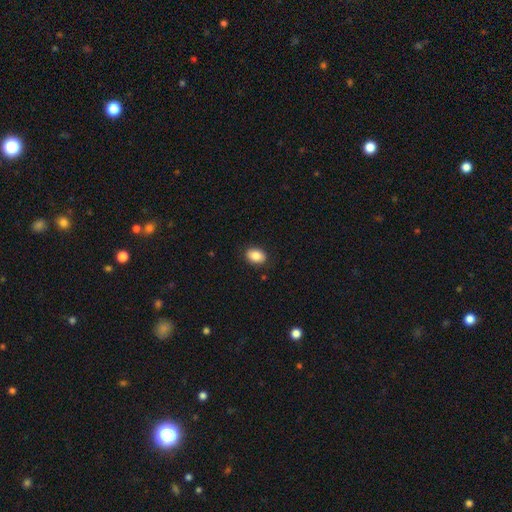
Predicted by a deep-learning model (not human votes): Smooth or featured?
  - smooth: 87% *
  - star or artifact: 8%
  - featured or disk: 6%
How rounded?
  - in between: 74% *
  - round: 25%
  - cigar-shaped: 1%
Merging?
  - none: 88% *
  - minor disturbance: 9%
  - major disturbance: 2%
  - merger: 1%